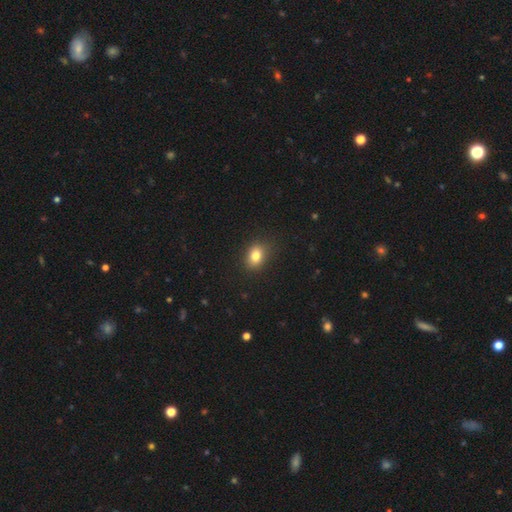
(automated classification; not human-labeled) Overall: smooth (81%). How rounded: in between (62%; round 37%). Merging: none (86%).